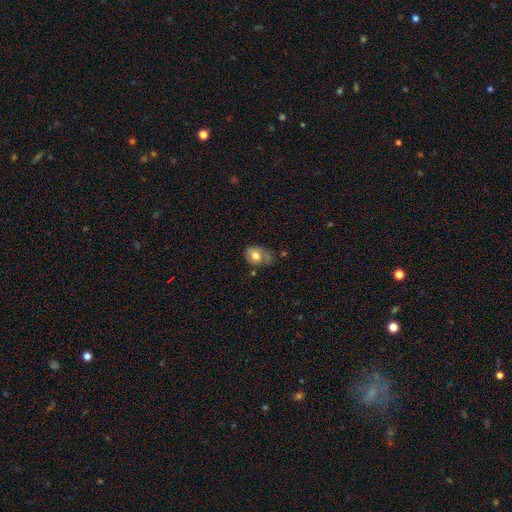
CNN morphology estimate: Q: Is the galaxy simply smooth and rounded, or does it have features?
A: smooth — 63%.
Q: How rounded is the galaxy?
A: in between — 77%.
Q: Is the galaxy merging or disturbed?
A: none — 44%.